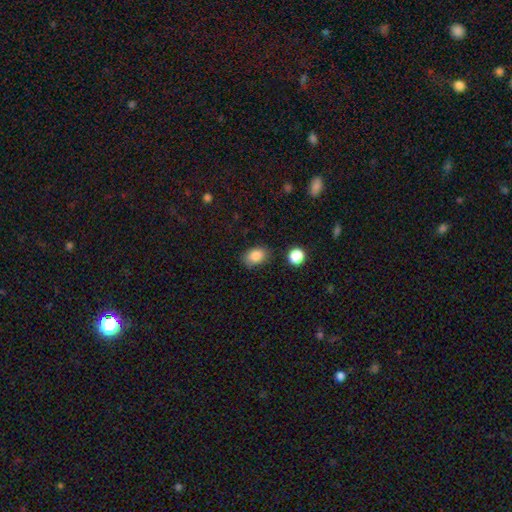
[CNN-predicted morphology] Smooth or featured? smooth (85%)
How rounded? in between (79%)
Merging? none (80%)